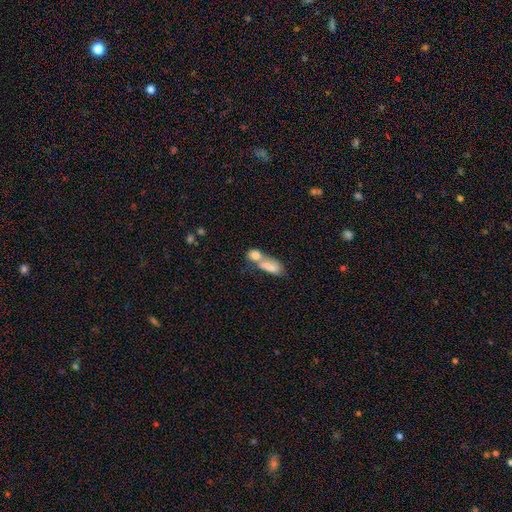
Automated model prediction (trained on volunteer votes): Smooth or featured? Predicted: smooth (p=0.65). How rounded? Predicted: in between (p=0.66). Merging? Predicted: none (p=0.46).